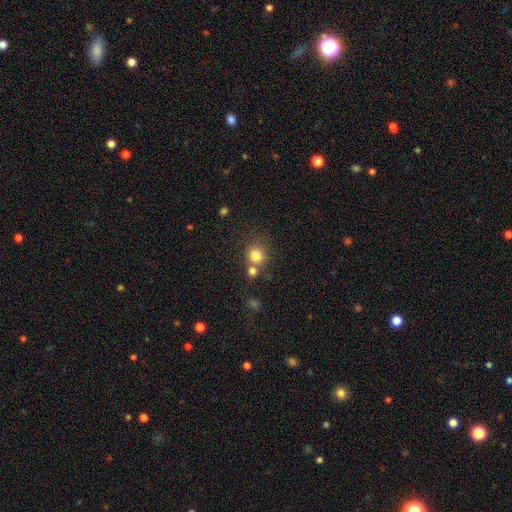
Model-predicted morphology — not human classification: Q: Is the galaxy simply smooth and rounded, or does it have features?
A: smooth — 80%.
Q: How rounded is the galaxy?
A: round — 87%.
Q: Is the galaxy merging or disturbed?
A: none — 59%.